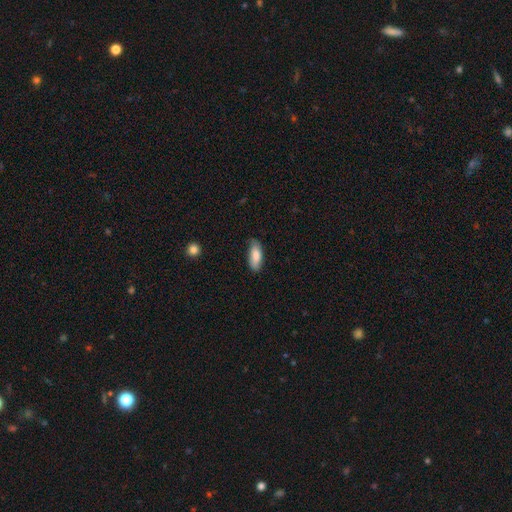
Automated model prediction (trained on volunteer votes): Smooth or featured: smooth — 82% (featured or disk — 12%)
How rounded: in between — 78% (cigar-shaped — 20%)
Merging: none — 73% (minor disturbance — 22%)